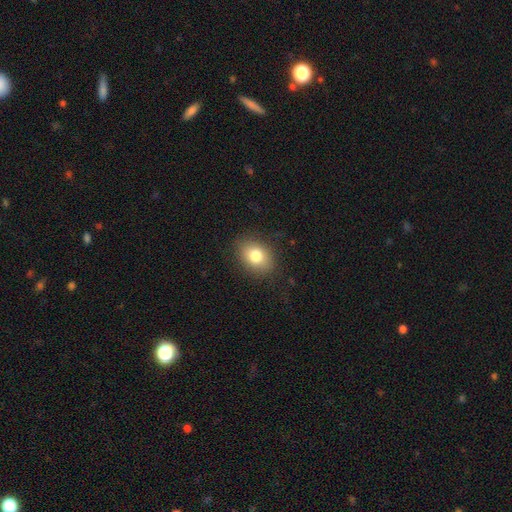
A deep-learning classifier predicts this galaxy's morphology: Smooth or featured?
  - smooth: 80% *
  - featured or disk: 10%
  - star or artifact: 10%
How rounded?
  - in between: 66% *
  - round: 33%
  - cigar-shaped: 1%
Merging?
  - none: 85% *
  - minor disturbance: 11%
  - major disturbance: 3%
  - merger: 1%